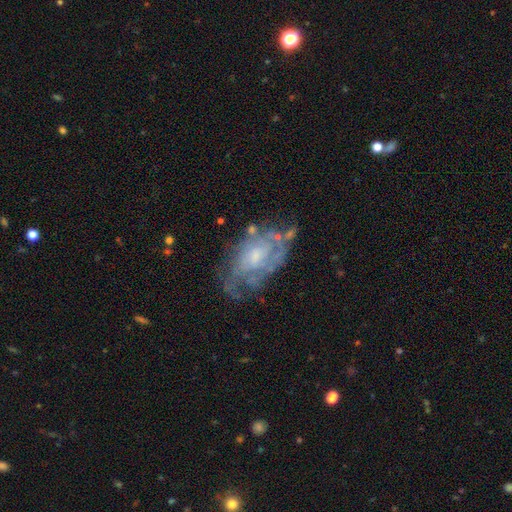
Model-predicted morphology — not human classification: A featured or disk galaxy (76%) with no bar (69%), tight (53%) spiral arms (73%) and a small central bulge (48%).

Vote fractions:
- Smooth or featured? featured or disk: 76% / smooth: 17% / star or artifact: 7%
- Edge-on disk? no: 95% / yes: 5%
- Bar? no: 69% / weak: 27% / strong: 4%
- Spiral arms? yes: 73% / no: 27%
- Spiral winding? tight: 53% / medium: 34% / loose: 13%
- Spiral arm count? can't tell: 57% / 2: 19% / 3: 10% / 4: 6% / 1: 5% / more than 4: 4%
- Bulge size? small: 48% / moderate: 36% / none: 11% / large: 4% / dominant: 1%
- Merging? none: 55% / minor disturbance: 25% / major disturbance: 16% / merger: 4%